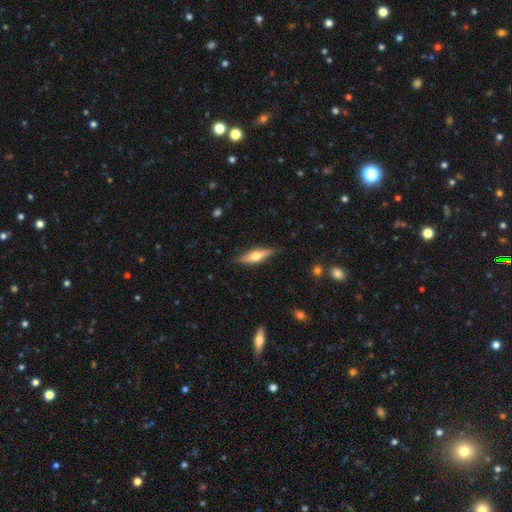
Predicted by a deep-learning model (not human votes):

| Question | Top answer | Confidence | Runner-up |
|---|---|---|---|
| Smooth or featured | featured or disk | 57% | smooth (37%) |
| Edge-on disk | yes | 93% | no (7%) |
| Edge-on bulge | rounded | 92% | boxy (5%) |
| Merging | none | 84% | minor disturbance (13%) |